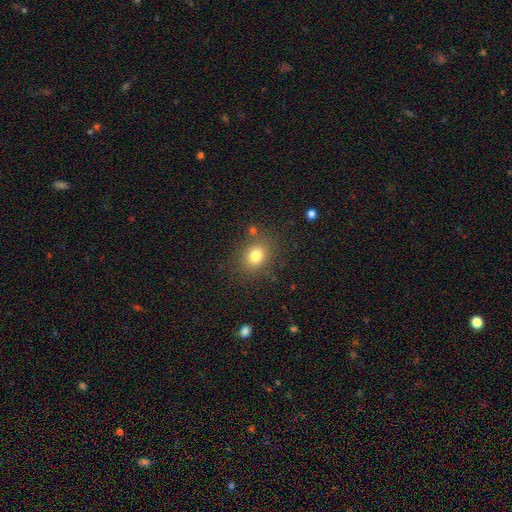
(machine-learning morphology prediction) A smooth galaxy with no disk features (79%) that is round (58%). Merging: none (81%).